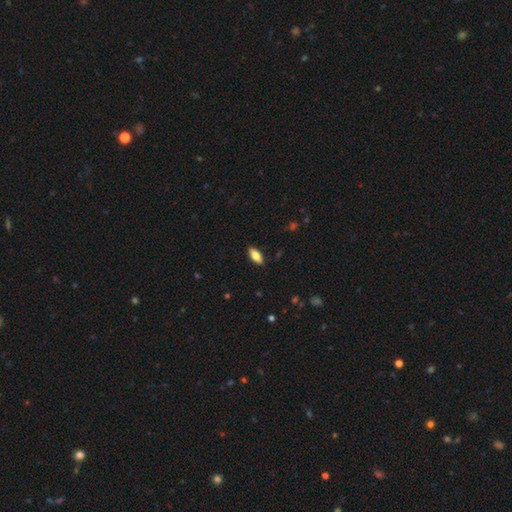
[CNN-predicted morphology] Q: Smooth or featured?
A: smooth (74%); runner-up: featured or disk (19%)
Q: How rounded?
A: in between (85%); runner-up: cigar-shaped (13%)
Q: Merging?
A: none (88%); runner-up: minor disturbance (9%)